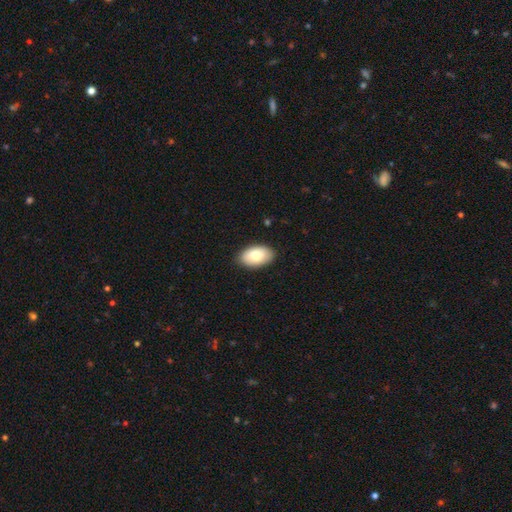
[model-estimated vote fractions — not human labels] smooth_or_featured: smooth (p=0.78) [alt: featured or disk p=0.16]
how_rounded: in between (p=0.94) [alt: round p=0.05]
merging: none (p=0.87) [alt: minor disturbance p=0.10]